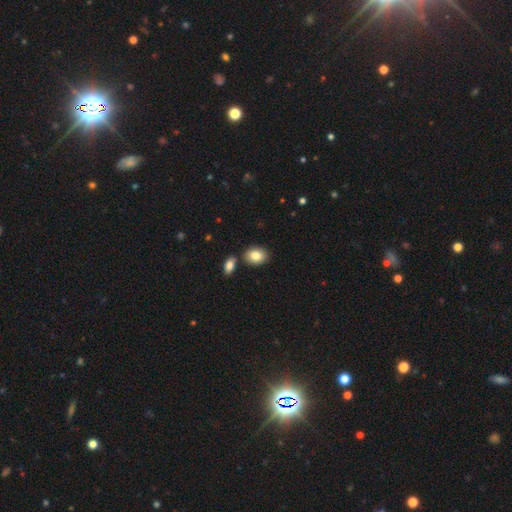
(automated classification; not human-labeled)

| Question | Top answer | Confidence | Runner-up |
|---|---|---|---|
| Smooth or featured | smooth | 83% | featured or disk (9%) |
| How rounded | in between | 69% | round (29%) |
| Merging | none | 76% | merger (12%) |